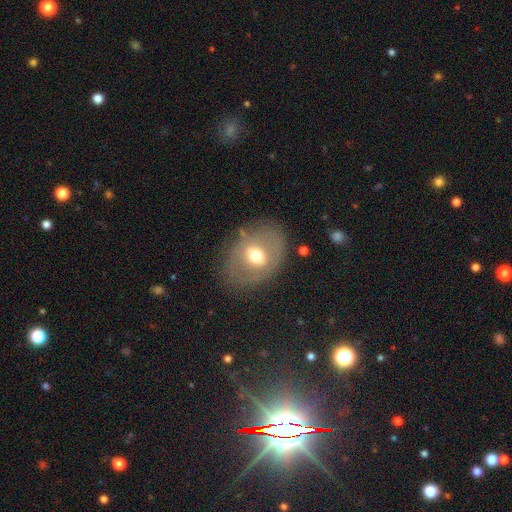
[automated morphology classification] smooth_or_featured: smooth (p=0.48) [alt: featured or disk p=0.43]
merging: none (p=0.72) [alt: minor disturbance p=0.17]